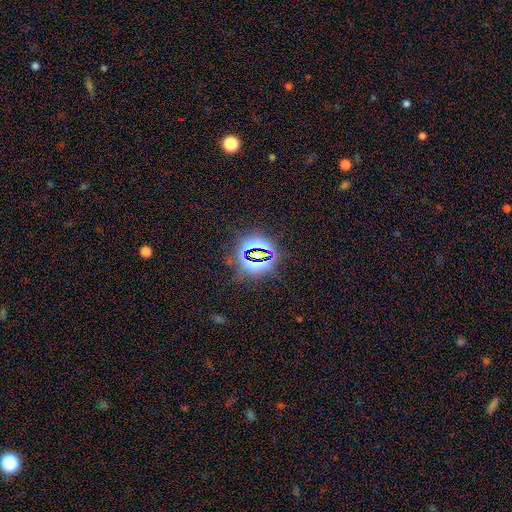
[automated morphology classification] Smooth or featured: star or artifact — 77% (smooth — 14%)